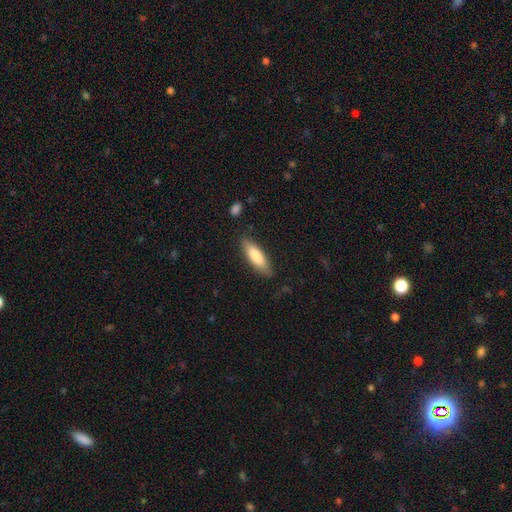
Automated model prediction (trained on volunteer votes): smooth 79%, featured or disk 15%, star or artifact 5%. Down the decision tree: how rounded — cigar-shaped (53%); merging — none (82%).